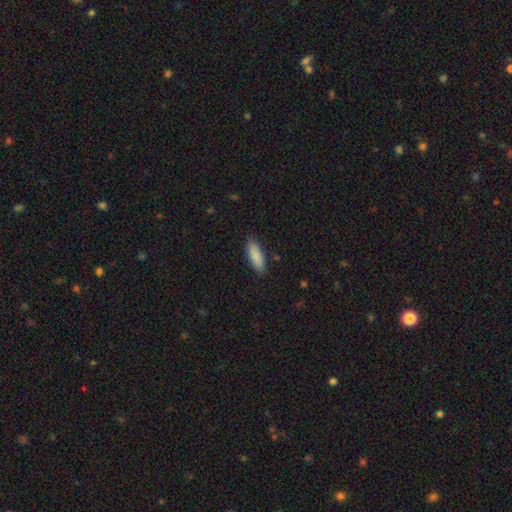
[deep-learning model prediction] Smooth or featured? Predicted: smooth (p=0.88). How rounded? Predicted: in between (p=0.65). Merging? Predicted: none (p=0.86).